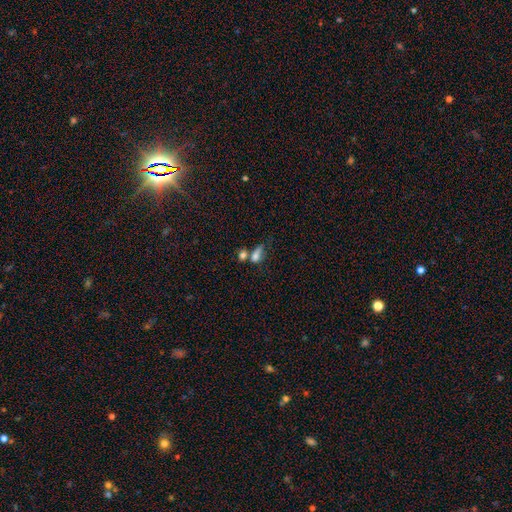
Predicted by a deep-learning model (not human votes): Smooth or featured? smooth (73%)
How rounded? in between (70%)
Merging? merger (46%)